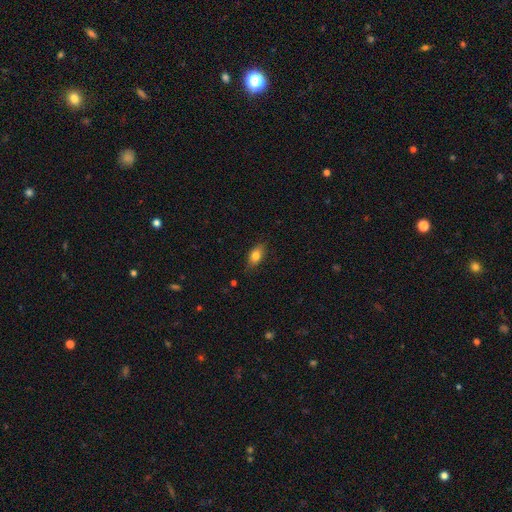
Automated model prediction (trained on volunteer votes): smooth 78%, featured or disk 14%, star or artifact 8%. Down the decision tree: how rounded — in between (84%); merging — none (81%).